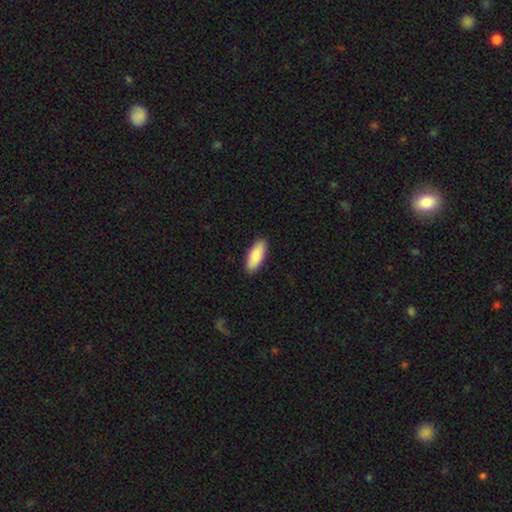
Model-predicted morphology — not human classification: This appears to be a smooth galaxy with no disk features (88%) that is in between round and cigar-shaped (75%). Merging: none (90%).